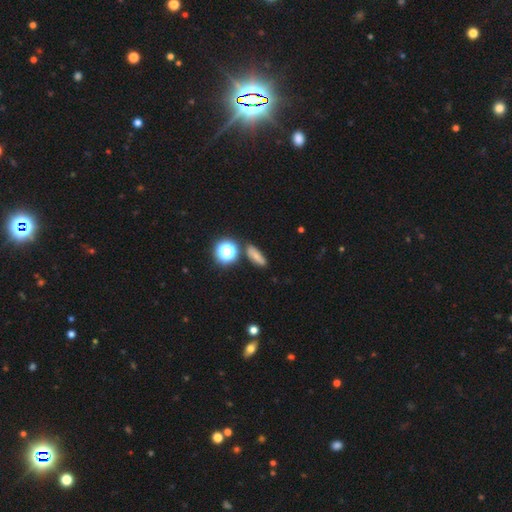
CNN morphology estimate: Smooth or featured?
  - smooth: 62% *
  - star or artifact: 22%
  - featured or disk: 17%
How rounded?
  - in between: 49% *
  - cigar-shaped: 29%
  - round: 23%
Merging?
  - none: 75% *
  - minor disturbance: 14%
  - merger: 6%
  - major disturbance: 4%